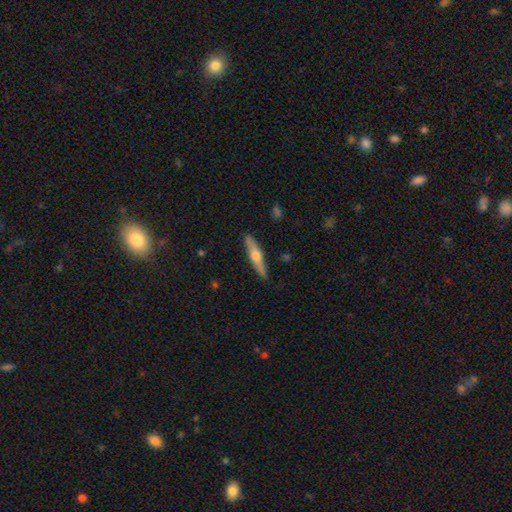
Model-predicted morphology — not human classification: This is possibly a featured or disk galaxy (53%). It is clearly viewed edge-on (93%). Merging: clearly none (88%).